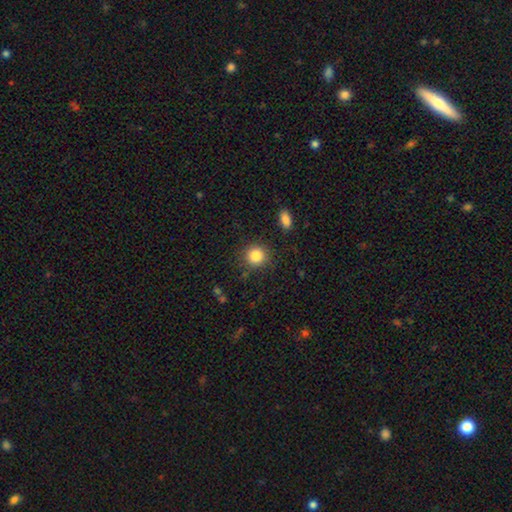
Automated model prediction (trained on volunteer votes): Morphology: type=smooth (85%); roundness=round (90%); merging=none (86%).